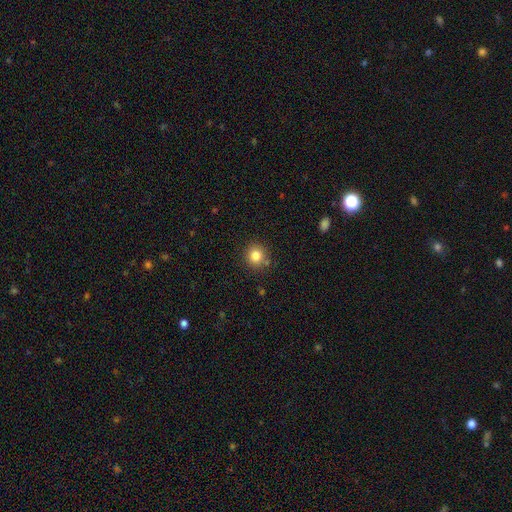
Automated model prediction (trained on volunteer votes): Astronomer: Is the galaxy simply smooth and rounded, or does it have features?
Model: smooth — 82%.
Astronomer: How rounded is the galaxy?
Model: round — 89%.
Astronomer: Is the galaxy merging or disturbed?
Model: none — 84%.